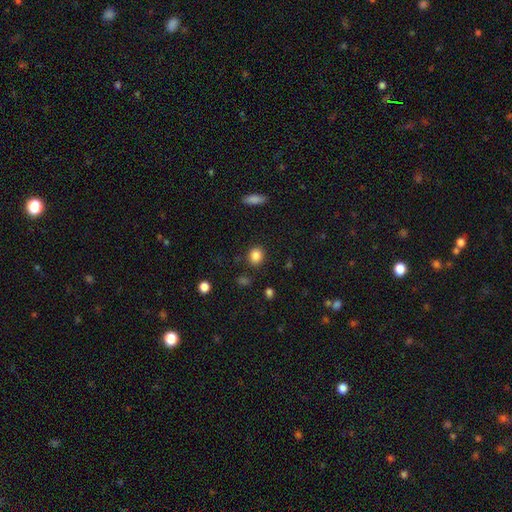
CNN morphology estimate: This is clearly a smooth galaxy (86%). How rounded: likely round (72%). Merging: clearly none (87%).